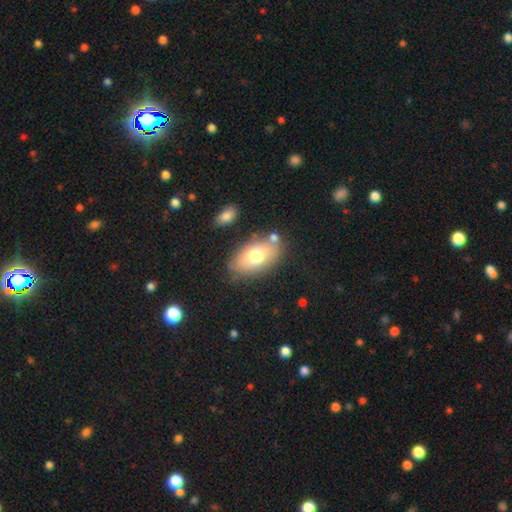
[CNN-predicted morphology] A smooth galaxy with no disk features (70%) that is in between round and cigar-shaped (90%).

Vote fractions:
- Smooth or featured? smooth: 70% / featured or disk: 22% / star or artifact: 8%
- How rounded? in between: 90% / round: 7% / cigar-shaped: 3%
- Merging? none: 73% / minor disturbance: 15% / merger: 7% / major disturbance: 5%